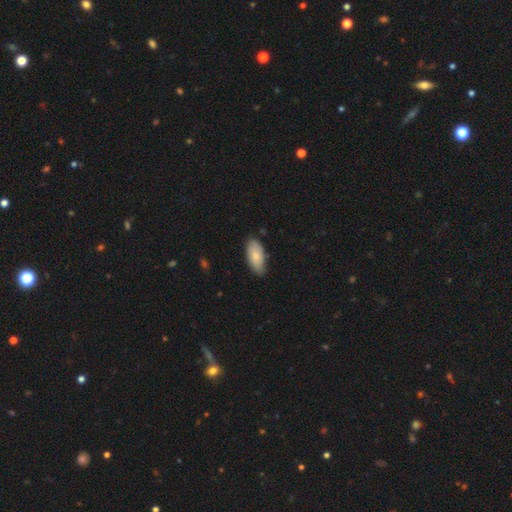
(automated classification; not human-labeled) smooth 80%, featured or disk 15%, star or artifact 5%. Down the decision tree: how rounded — in between (90%); merging — none (77%).